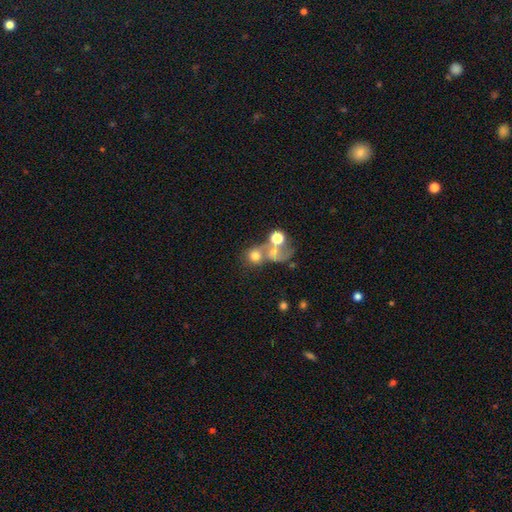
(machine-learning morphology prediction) This is likely a smooth galaxy (63%). How rounded: likely round (79%). Merging: possibly merger (53%).